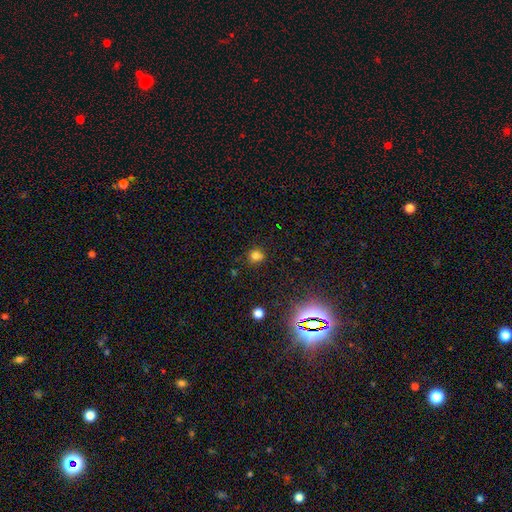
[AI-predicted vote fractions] Overall: smooth (75%). How rounded: round (81%). Merging: none (68%).